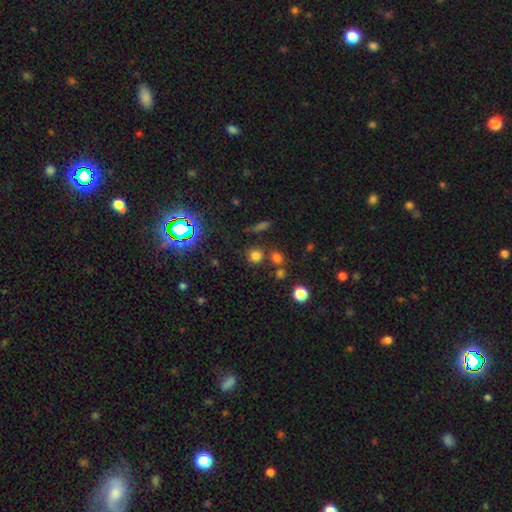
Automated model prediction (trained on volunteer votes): A smooth galaxy with no disk features (70%) that is round (91%). Merging: none (76%).